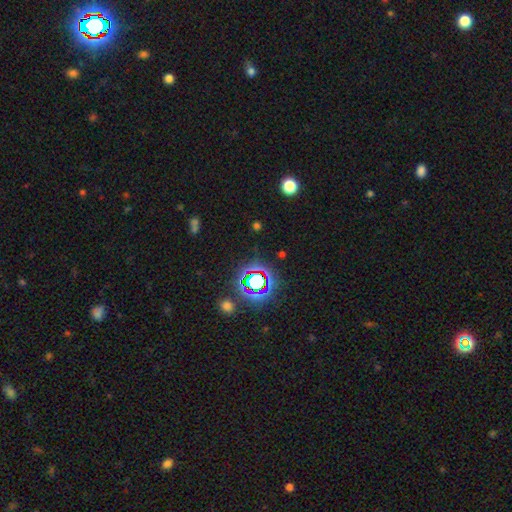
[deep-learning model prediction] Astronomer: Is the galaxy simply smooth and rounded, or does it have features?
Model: star or artifact — 76%.